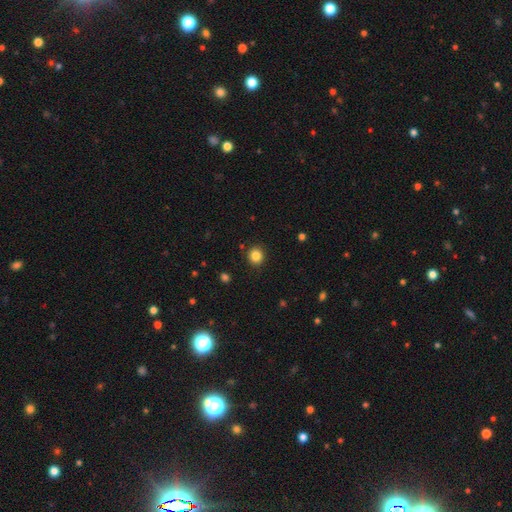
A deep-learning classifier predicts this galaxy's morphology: The model was most divided on "smooth or featured": smooth: 84%, star or artifact: 11%, featured or disk: 4%. More confident: merging — none (90%); how rounded — round (89%).